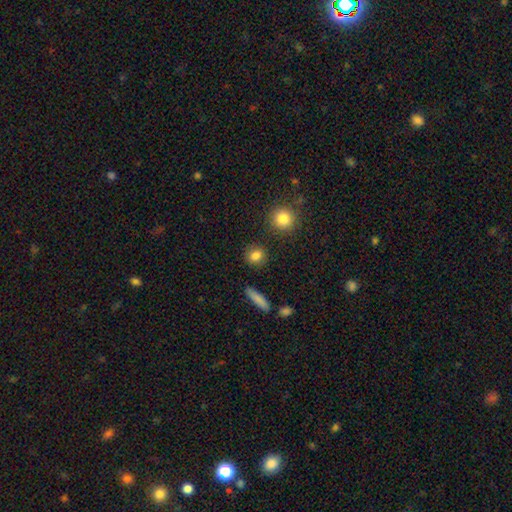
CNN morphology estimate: Smooth or featured? Predicted: smooth (p=0.83). How rounded? Predicted: round (p=0.80). Merging? Predicted: none (p=0.87).